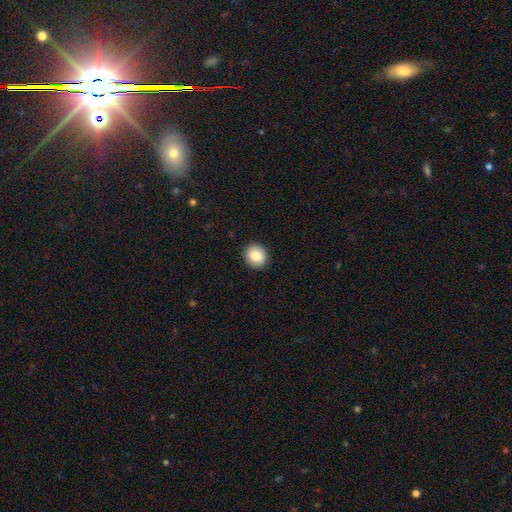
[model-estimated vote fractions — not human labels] A smooth galaxy with no disk features (81%) that is round (87%).

Vote fractions:
- Smooth or featured? smooth: 81% / featured or disk: 10% / star or artifact: 9%
- How rounded? round: 87% / in between: 12% / cigar-shaped: 1%
- Merging? none: 92% / minor disturbance: 5% / major disturbance: 2% / merger: 1%